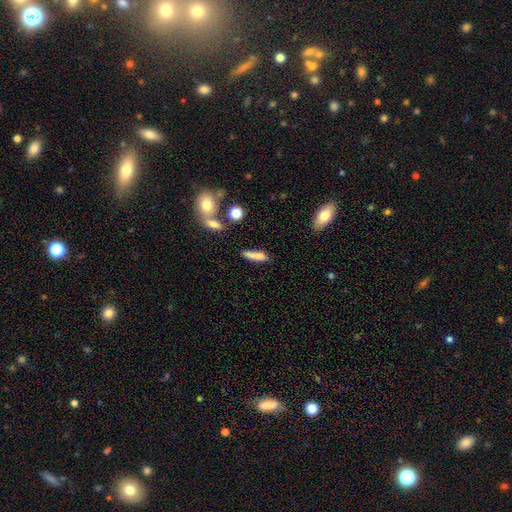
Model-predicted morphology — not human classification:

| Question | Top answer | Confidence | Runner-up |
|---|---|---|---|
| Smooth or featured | smooth | 79% | featured or disk (12%) |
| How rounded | cigar-shaped | 76% | in between (21%) |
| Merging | none | 69% | minor disturbance (17%) |